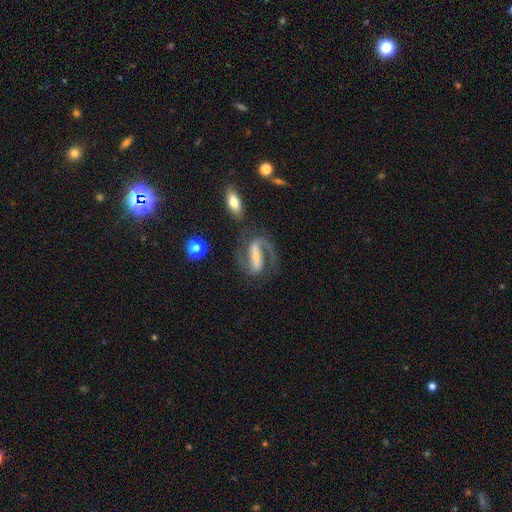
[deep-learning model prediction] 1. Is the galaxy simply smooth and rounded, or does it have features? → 87% featured or disk, 7% smooth, 6% star or artifact.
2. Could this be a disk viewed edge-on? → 93% no, 7% yes.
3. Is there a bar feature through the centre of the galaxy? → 70% strong, 20% weak, 9% no.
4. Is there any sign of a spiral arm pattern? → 96% yes, 4% no.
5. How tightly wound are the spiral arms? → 55% medium, 23% loose, 22% tight.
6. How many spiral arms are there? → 86% 2, 8% 1, 3% can't tell, 1% 3, 1% 4, 1% more than 4.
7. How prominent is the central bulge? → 57% small, 27% moderate, 10% none, 4% large, 2% dominant.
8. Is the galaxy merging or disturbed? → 70% none, 14% minor disturbance, 11% major disturbance, 5% merger.